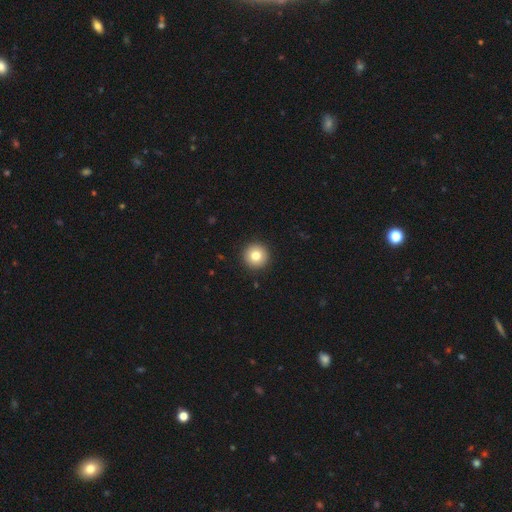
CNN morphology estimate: smooth 81%, featured or disk 10%, star or artifact 10%. Down the decision tree: how rounded — round (96%); merging — none (93%).